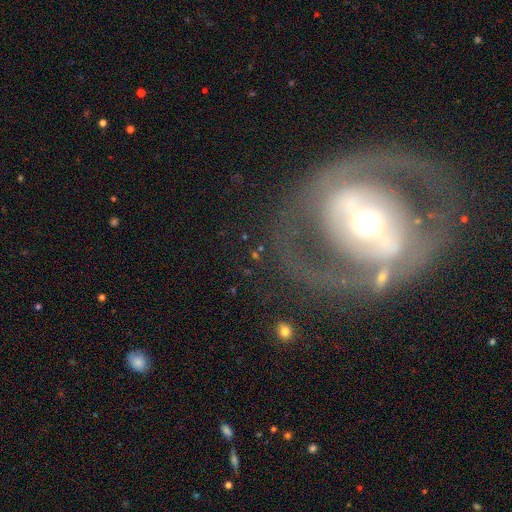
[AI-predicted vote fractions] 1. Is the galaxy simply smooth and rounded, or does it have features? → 53% featured or disk, 27% smooth, 19% star or artifact.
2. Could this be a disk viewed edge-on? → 88% no, 12% yes.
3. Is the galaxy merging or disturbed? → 70% none, 13% major disturbance, 12% minor disturbance, 5% merger.